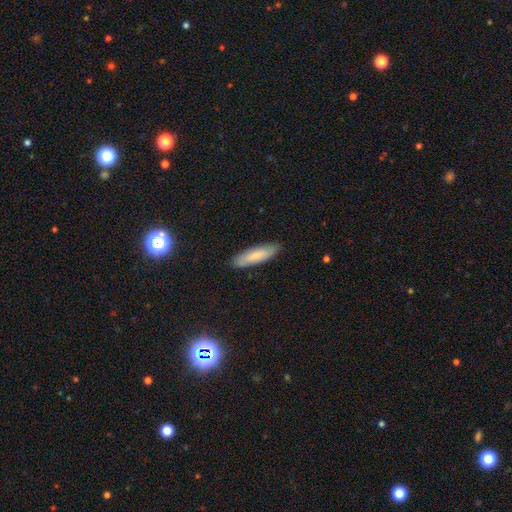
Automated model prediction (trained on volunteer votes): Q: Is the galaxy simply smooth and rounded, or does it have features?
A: smooth — 77%.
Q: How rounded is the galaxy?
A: cigar-shaped — 64%.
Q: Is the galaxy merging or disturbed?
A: none — 87%.